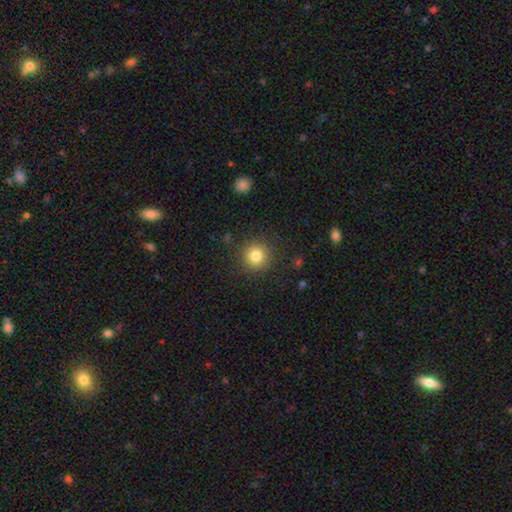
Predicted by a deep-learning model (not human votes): This appears to be a smooth galaxy with no disk features (81%) that is round (95%). Merging: none (89%).